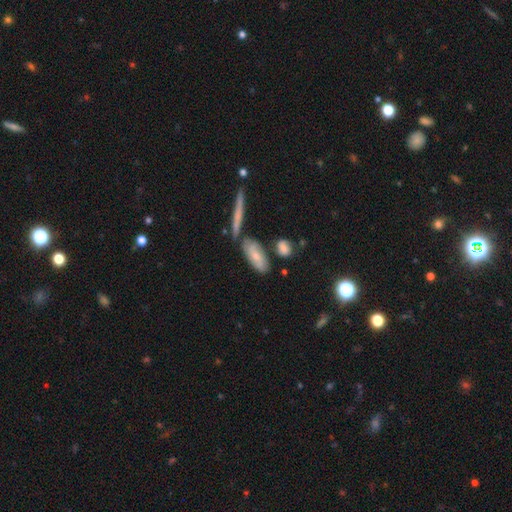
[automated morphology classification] Smooth or featured? smooth (60%)
How rounded? in between (71%)
Merging? none (59%)